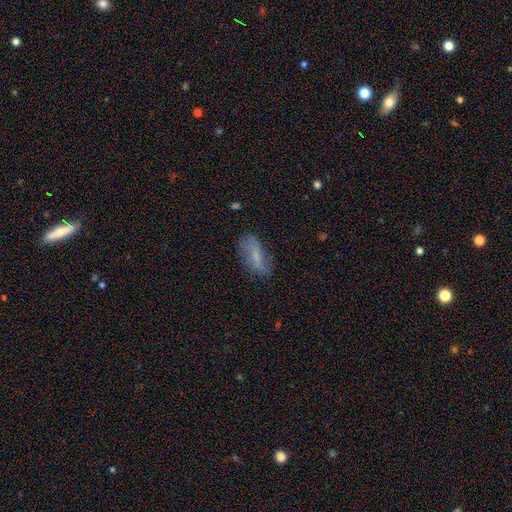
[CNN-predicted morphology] Smooth or featured? Predicted: smooth (p=0.53). How rounded? Predicted: in between (p=0.75). Merging? Predicted: none (p=0.71).